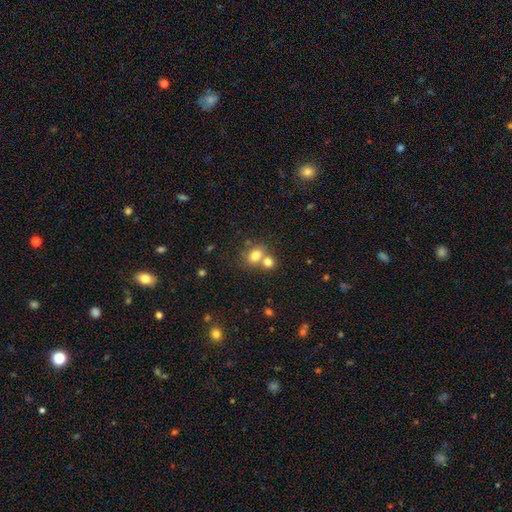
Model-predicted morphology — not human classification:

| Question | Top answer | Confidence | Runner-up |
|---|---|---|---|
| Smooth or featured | smooth | 76% | star or artifact (12%) |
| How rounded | round | 56% | in between (43%) |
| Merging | merger | 47% | none (41%) |